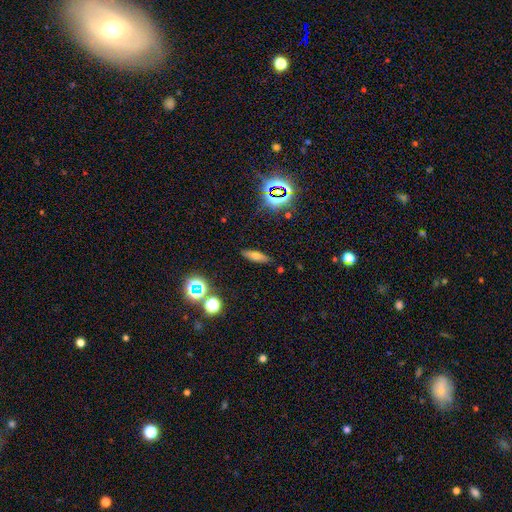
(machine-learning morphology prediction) The model was most divided on "how rounded": cigar-shaped: 51%, in between: 44%, round: 5%. More confident: merging — none (86%); smooth or featured — smooth (59%).